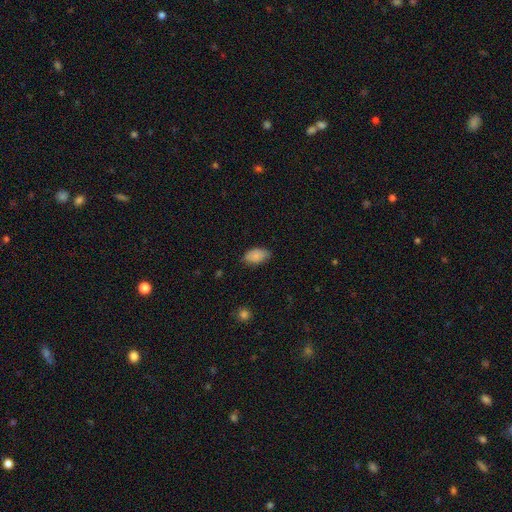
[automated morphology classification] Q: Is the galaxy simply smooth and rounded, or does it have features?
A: smooth — 82%.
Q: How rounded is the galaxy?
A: in between — 93%.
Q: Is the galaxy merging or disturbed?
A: none — 76%.